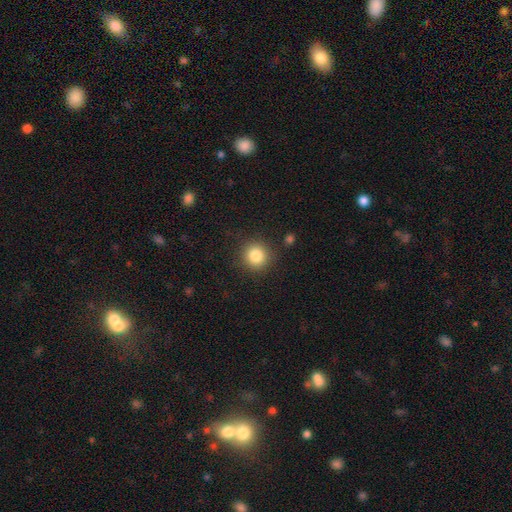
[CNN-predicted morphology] This appears to be a smooth galaxy with no disk features (83%) that is round (92%). Merging: none (88%).